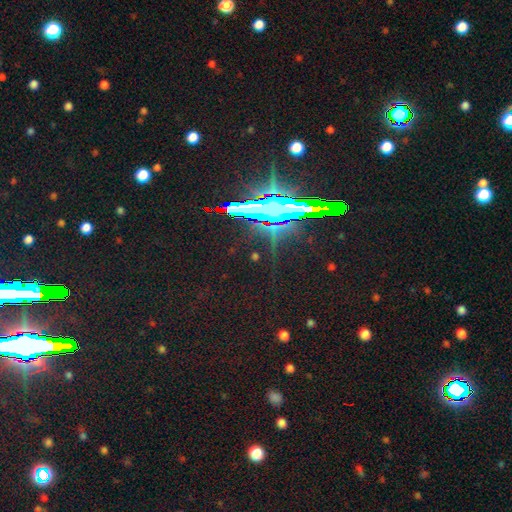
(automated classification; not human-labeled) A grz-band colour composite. It shows a star or artifact, not a galaxy (78%).